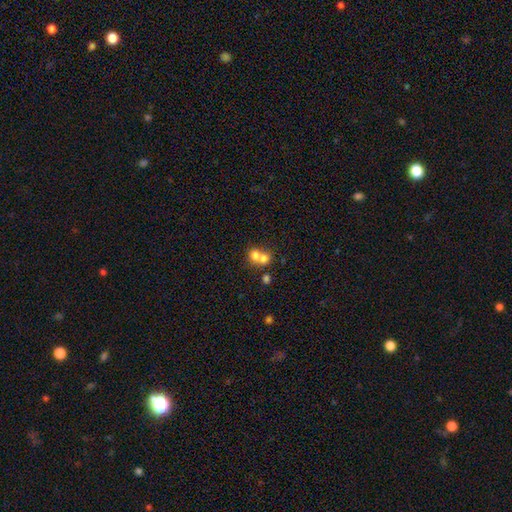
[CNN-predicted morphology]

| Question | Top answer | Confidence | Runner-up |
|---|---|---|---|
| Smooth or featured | smooth | 71% | featured or disk (18%) |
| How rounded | round | 77% | in between (22%) |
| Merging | merger | 66% | none (27%) |